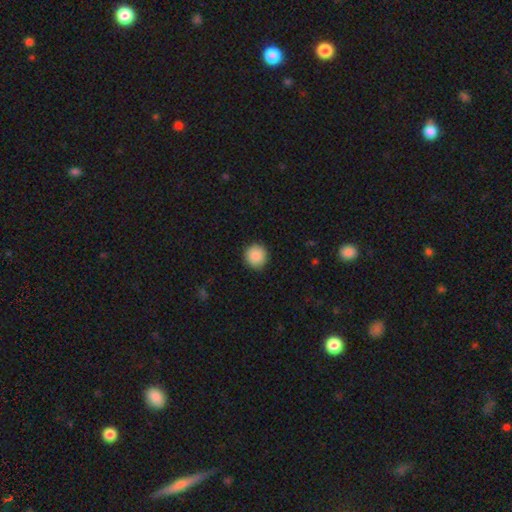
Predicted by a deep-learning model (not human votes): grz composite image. It shows a smooth galaxy with no disk features (89%) that is round (93%). Merging: none (91%).